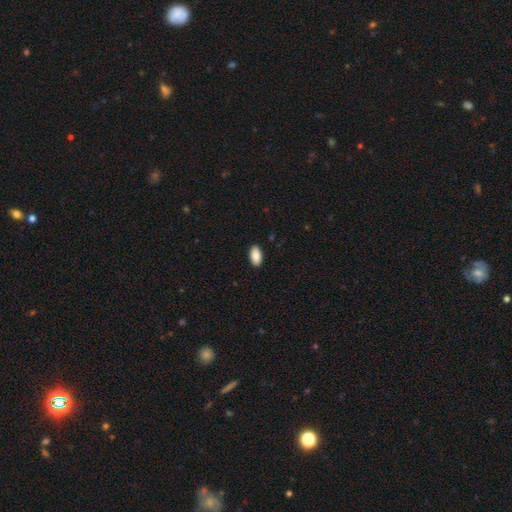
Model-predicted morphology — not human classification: Smooth or featured? smooth (88%)
How rounded? in between (94%)
Merging? none (90%)